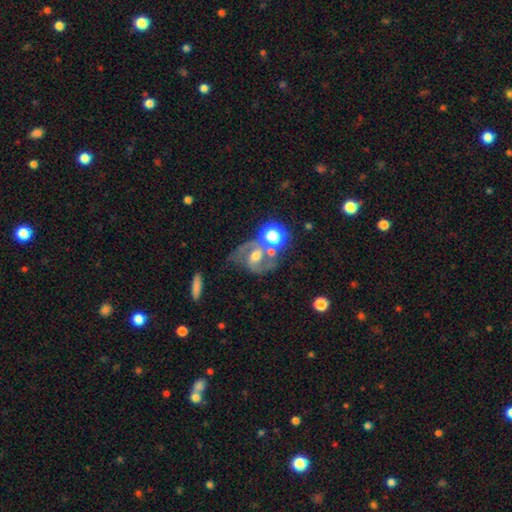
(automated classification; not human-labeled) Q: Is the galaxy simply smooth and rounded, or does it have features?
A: featured or disk — 69%.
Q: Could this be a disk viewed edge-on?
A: no — 97%.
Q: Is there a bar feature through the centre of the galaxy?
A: weak — 43%.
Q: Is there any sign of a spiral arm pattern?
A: yes — 89%.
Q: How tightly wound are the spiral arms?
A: medium — 57%.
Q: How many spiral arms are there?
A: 2 — 88%.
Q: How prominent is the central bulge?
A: moderate — 61%.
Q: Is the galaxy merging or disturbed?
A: none — 51%.